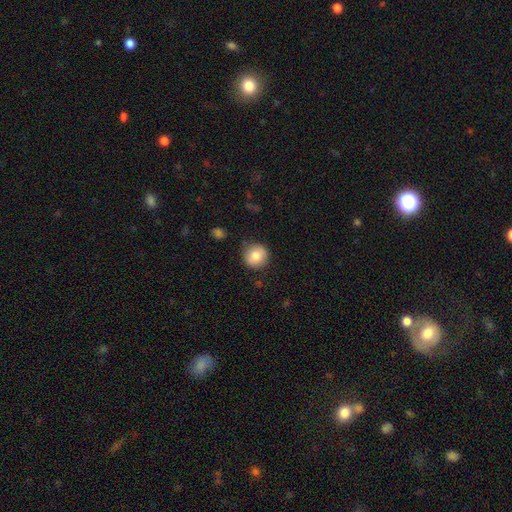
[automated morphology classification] type=smooth (82%); roundness=round (93%); merging=none (84%).